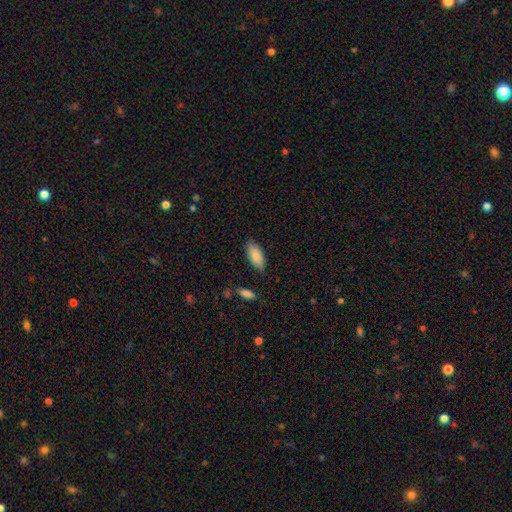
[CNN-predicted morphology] smooth_or_featured: smooth (p=0.86) [alt: featured or disk p=0.08]
how_rounded: in between (p=0.89) [alt: cigar-shaped p=0.10]
merging: none (p=0.84) [alt: minor disturbance p=0.12]